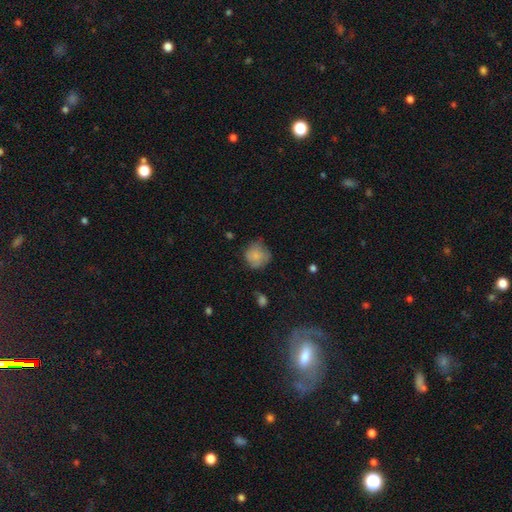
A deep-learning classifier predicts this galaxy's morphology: Smooth or featured? Predicted: smooth (p=0.76). How rounded? Predicted: round (p=0.85). Merging? Predicted: none (p=0.57).